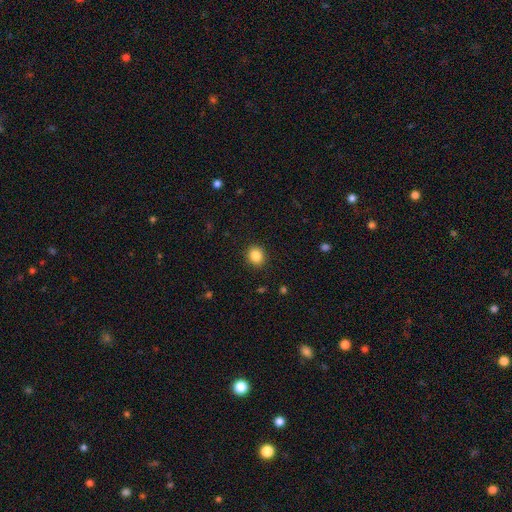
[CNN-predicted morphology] Q: Smooth or featured?
A: smooth (86%); runner-up: star or artifact (10%)
Q: How rounded?
A: round (78%); runner-up: in between (22%)
Q: Merging?
A: none (91%); runner-up: minor disturbance (6%)